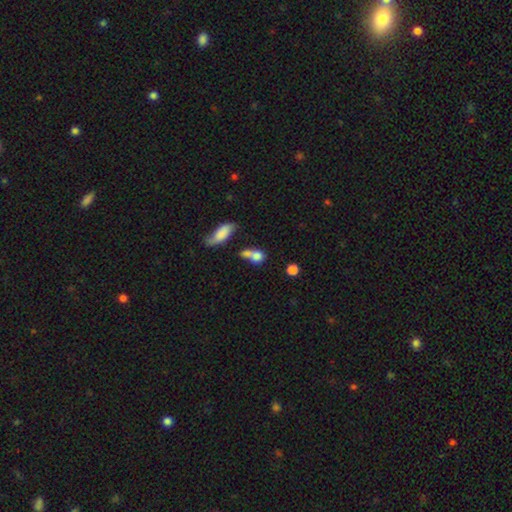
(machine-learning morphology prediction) Q: Smooth or featured?
A: smooth (76%); runner-up: featured or disk (14%)
Q: How rounded?
A: round (48%); runner-up: in between (47%)
Q: Merging?
A: merger (50%); runner-up: none (28%)